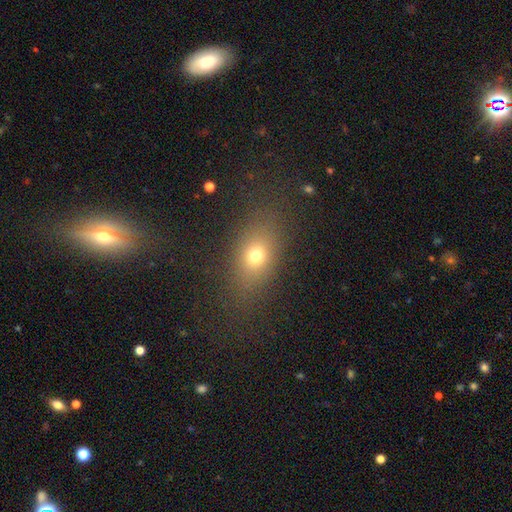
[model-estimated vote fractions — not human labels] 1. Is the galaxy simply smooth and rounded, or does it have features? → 71% smooth, 16% star or artifact, 13% featured or disk.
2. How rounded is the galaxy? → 70% in between, 26% round, 4% cigar-shaped.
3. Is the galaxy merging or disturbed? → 80% none, 11% minor disturbance, 7% major disturbance, 2% merger.